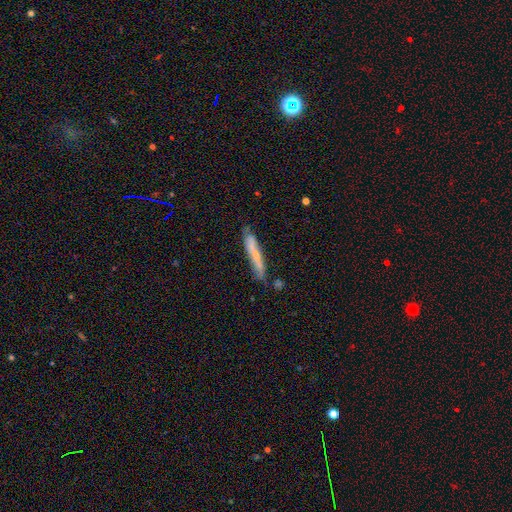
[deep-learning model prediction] Morphology: type=smooth (49%); merging=none (70%).